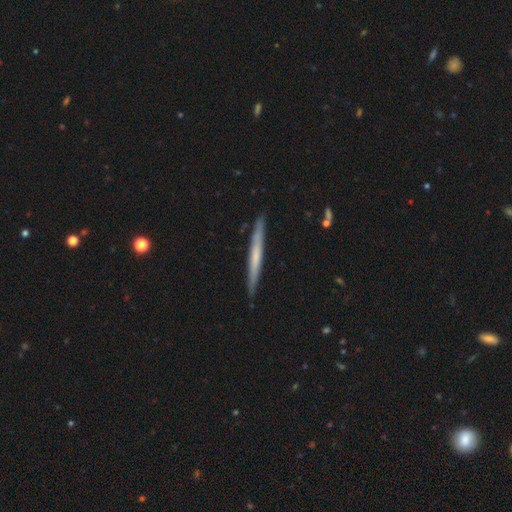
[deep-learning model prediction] Q: Smooth or featured?
A: featured or disk (50%); runner-up: smooth (45%)
Q: Merging?
A: none (89%); runner-up: minor disturbance (8%)